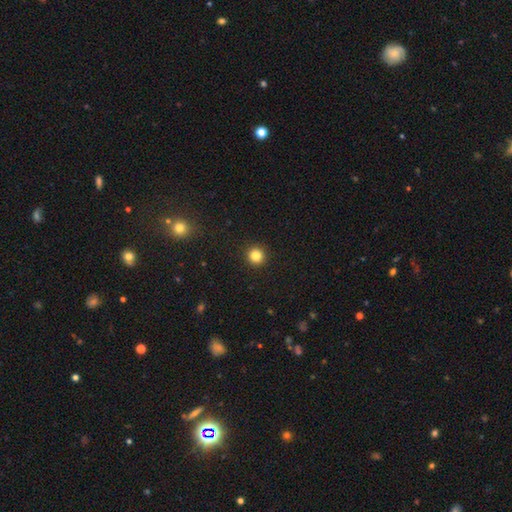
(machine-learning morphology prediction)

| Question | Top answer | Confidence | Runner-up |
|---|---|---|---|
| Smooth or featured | smooth | 83% | star or artifact (12%) |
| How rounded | round | 95% | in between (4%) |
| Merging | none | 93% | minor disturbance (4%) |